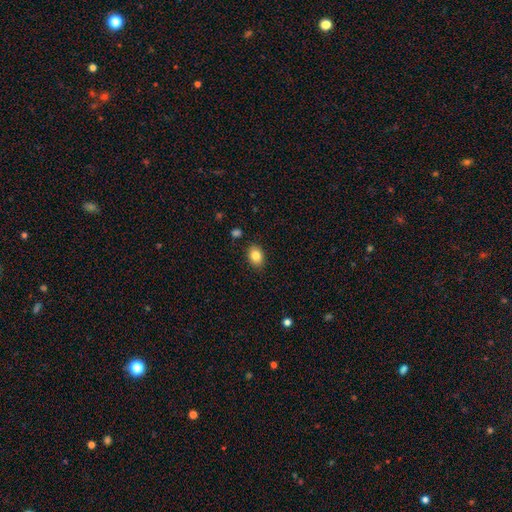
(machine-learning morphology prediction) smooth-or-featured: smooth: 82% | star or artifact: 9% | featured or disk: 9%
  how-rounded: in between: 73% | round: 26% | cigar-shaped: 1%
  merging: none: 87% | minor disturbance: 9% | major disturbance: 2% | merger: 2%